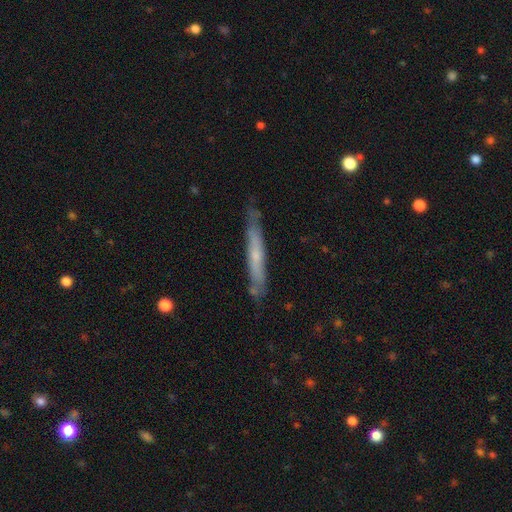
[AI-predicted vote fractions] This is possibly a featured or disk galaxy (50%). Merging: likely none (78%).